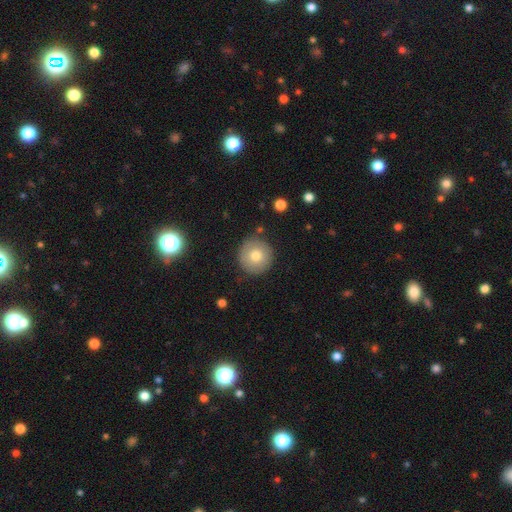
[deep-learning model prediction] A smooth galaxy with no disk features (74%) that is round (95%). Merging: none (86%).